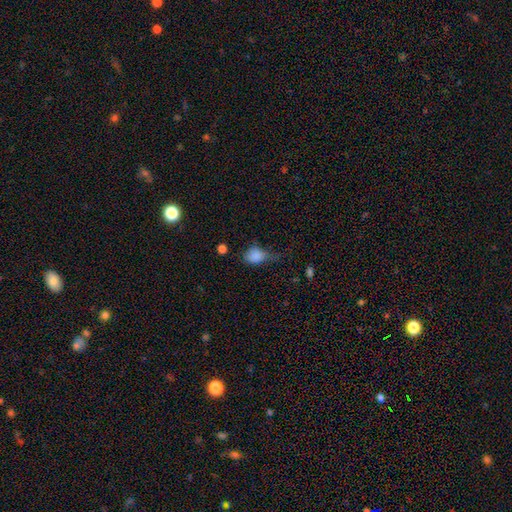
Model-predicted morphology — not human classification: This is clearly a smooth galaxy (82%). How rounded: possibly in between (59%). Merging: marginally minor disturbance (39%).